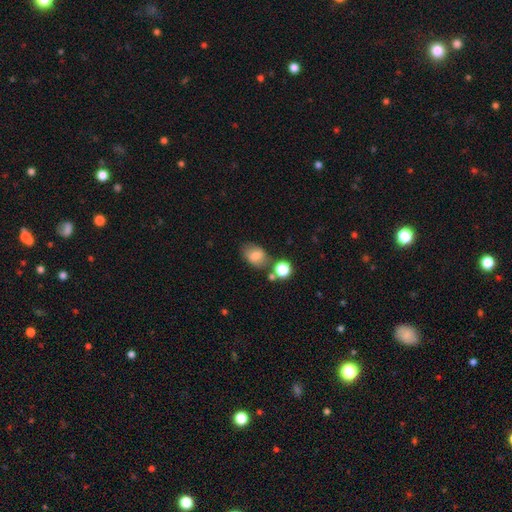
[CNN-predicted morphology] Smooth or featured?
  - smooth: 76% *
  - featured or disk: 14%
  - star or artifact: 10%
How rounded?
  - in between: 77% *
  - round: 21%
  - cigar-shaped: 1%
Merging?
  - none: 61% *
  - minor disturbance: 18%
  - merger: 14%
  - major disturbance: 7%